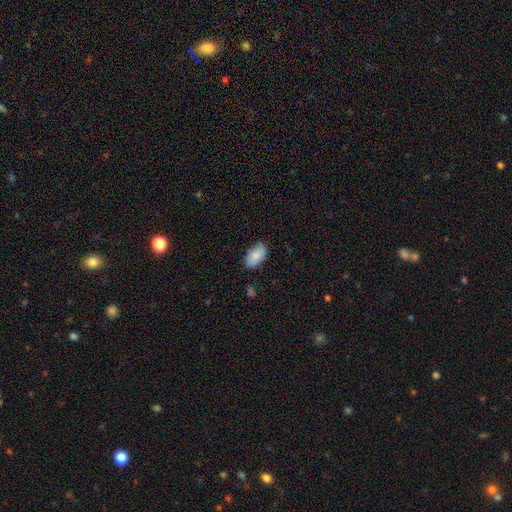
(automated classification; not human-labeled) This appears to be a smooth galaxy with no disk features (85%) that is in between round and cigar-shaped (94%). Merging: none (82%).